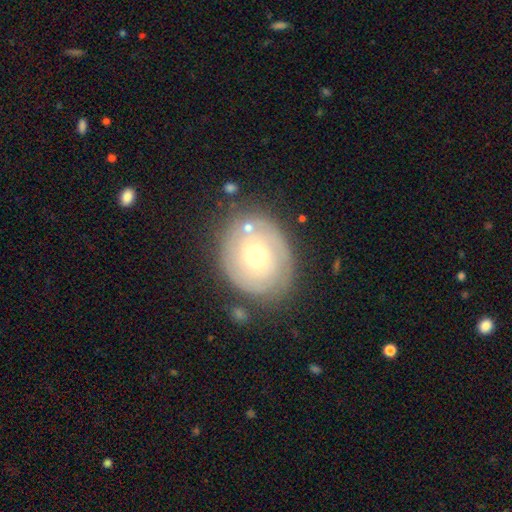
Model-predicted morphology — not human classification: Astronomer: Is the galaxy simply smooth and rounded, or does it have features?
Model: featured or disk — 64%.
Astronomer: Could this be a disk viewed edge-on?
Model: no — 96%.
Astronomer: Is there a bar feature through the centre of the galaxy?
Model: no — 82%.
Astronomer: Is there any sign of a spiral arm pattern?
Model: yes — 75%.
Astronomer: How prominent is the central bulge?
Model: moderate — 48% (runner-up: small, 46%).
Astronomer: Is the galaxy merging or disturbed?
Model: none — 75%.